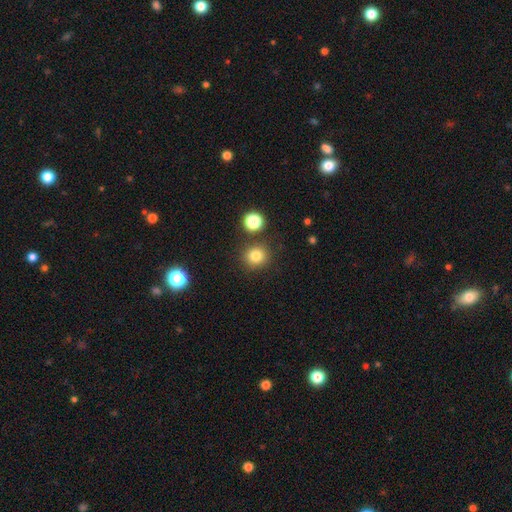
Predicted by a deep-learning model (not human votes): This appears to be a smooth galaxy with no disk features (79%) that is round (88%). Merging: none (84%).